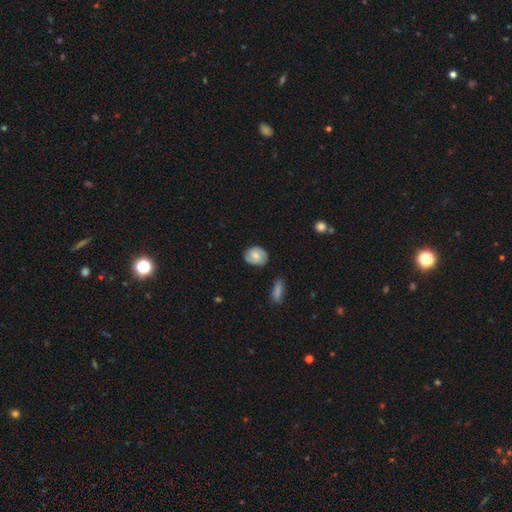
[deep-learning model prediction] This appears to be a smooth galaxy with no disk features (51%) that is round (53%). Merging: none (75%).